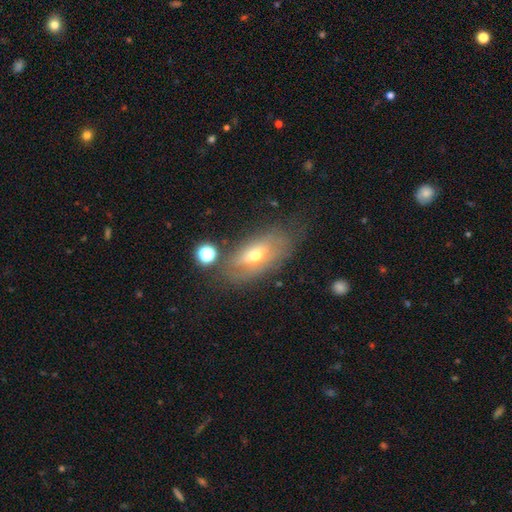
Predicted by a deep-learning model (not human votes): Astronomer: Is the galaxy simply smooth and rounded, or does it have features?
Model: smooth — 48% (runner-up: featured or disk, 41%).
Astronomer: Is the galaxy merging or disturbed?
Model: none — 56%.